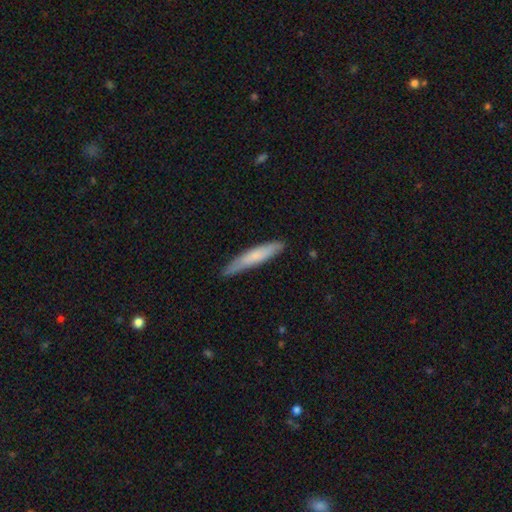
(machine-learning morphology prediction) smooth-or-featured: smooth: 70% | featured or disk: 24% | star or artifact: 5%
  how-rounded: cigar-shaped: 92% | in between: 7% | round: 1%
  merging: none: 83% | minor disturbance: 14% | major disturbance: 2% | merger: 1%